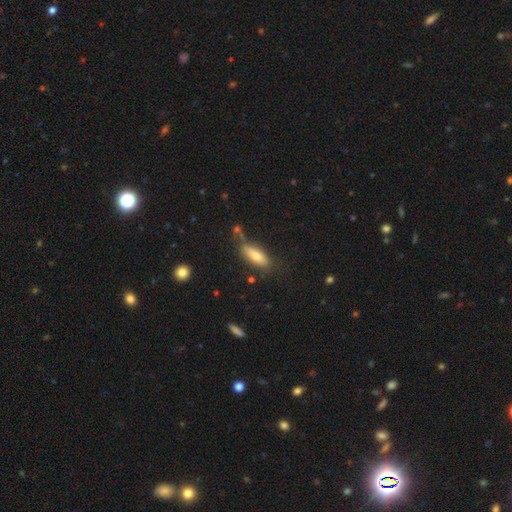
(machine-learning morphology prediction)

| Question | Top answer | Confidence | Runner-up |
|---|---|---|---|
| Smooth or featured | smooth | 72% | featured or disk (21%) |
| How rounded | in between | 67% | cigar-shaped (31%) |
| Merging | none | 60% | minor disturbance (23%) |